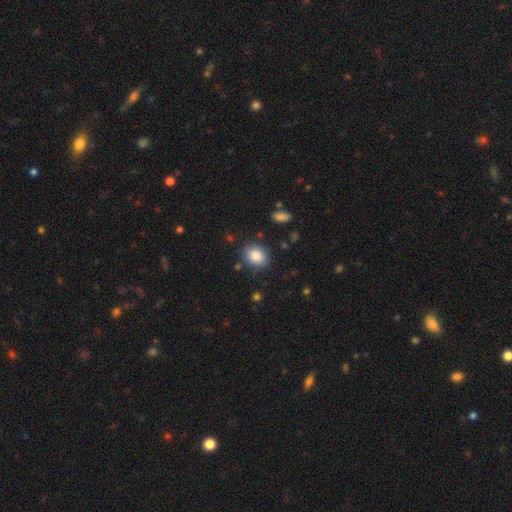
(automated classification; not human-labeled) The model was most divided on "how rounded": in between: 61%, round: 38%, cigar-shaped: 1%. More confident: smooth or featured — smooth (86%); merging — none (82%).